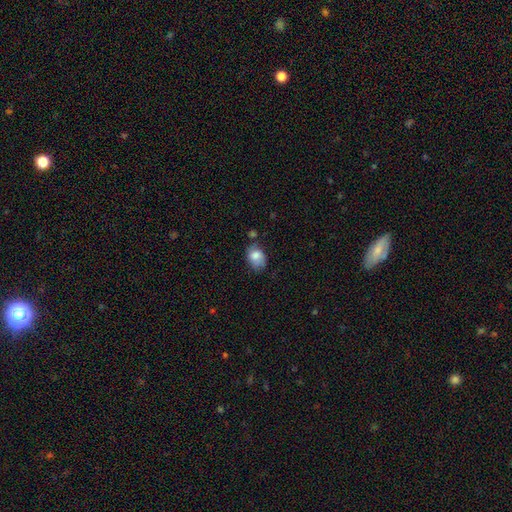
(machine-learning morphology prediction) smooth_or_featured: smooth (p=0.77) [alt: featured or disk p=0.15]
how_rounded: in between (p=0.73) [alt: round p=0.26]
merging: none (p=0.53) [alt: minor disturbance p=0.32]